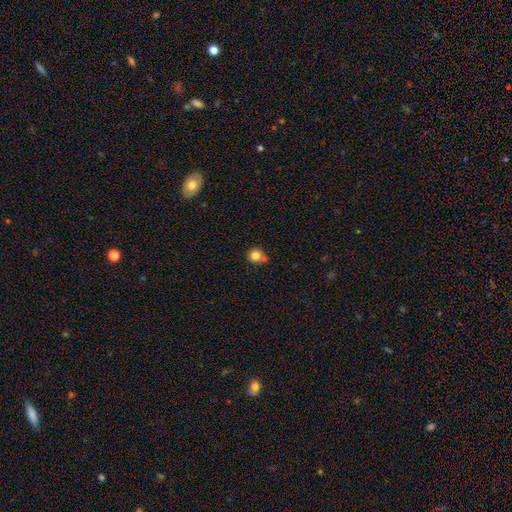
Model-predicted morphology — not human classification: Smooth or featured? smooth (82%)
How rounded? round (82%)
Merging? none (57%)